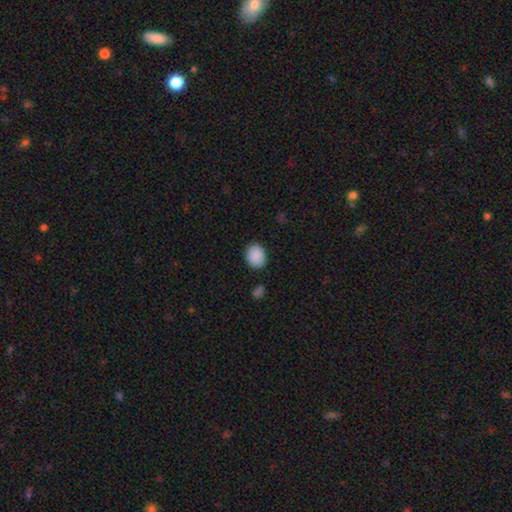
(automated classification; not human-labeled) Overall: smooth (89%). How rounded: round (54%; in between 45%). Merging: none (86%).